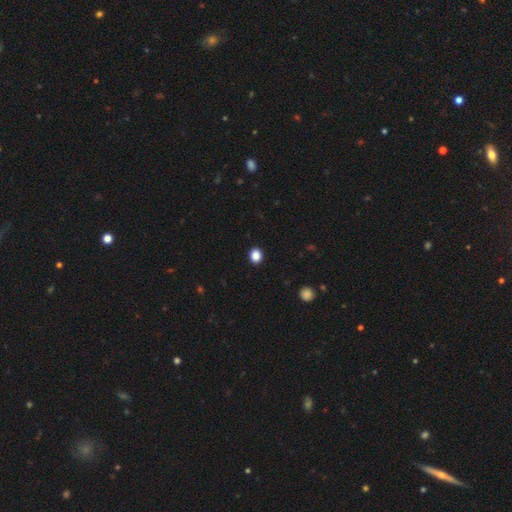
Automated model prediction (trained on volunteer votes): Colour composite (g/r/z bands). It shows a smooth galaxy with no disk features (86%) that is round (64%). Merging: none (92%).